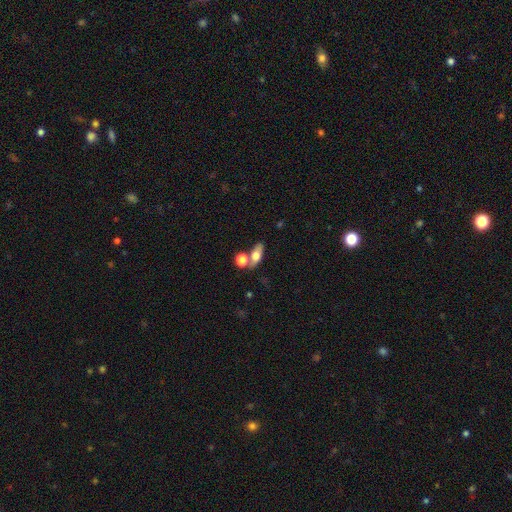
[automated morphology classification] This is likely a smooth galaxy (62%). How rounded: likely in between (70%). Merging: possibly none (57%).